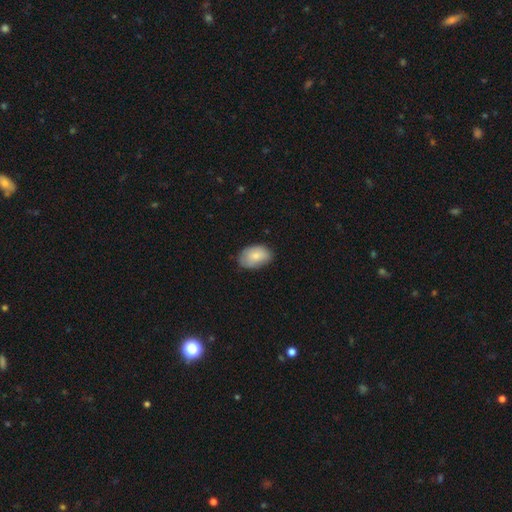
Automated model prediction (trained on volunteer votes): This appears to be a smooth galaxy with no disk features (80%) that is in between round and cigar-shaped (87%). Merging: none (72%).